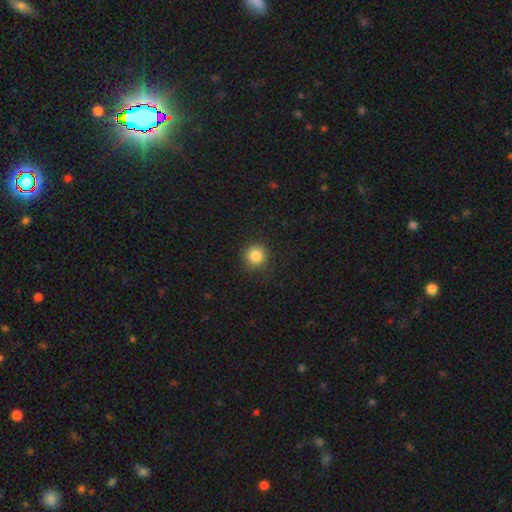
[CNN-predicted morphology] type=smooth (85%); roundness=round (94%); merging=none (89%).